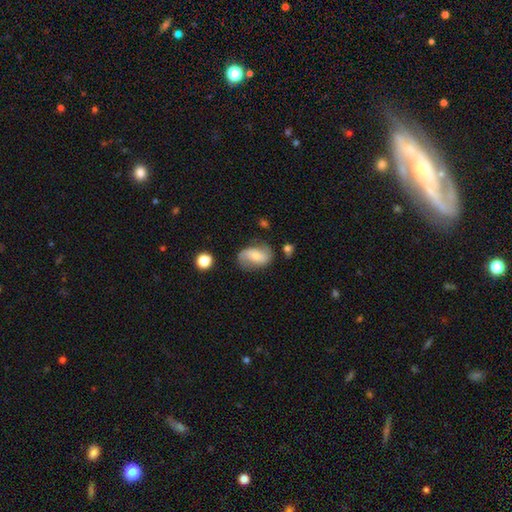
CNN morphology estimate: Smooth or featured? featured or disk (48%)
Merging? none (61%)